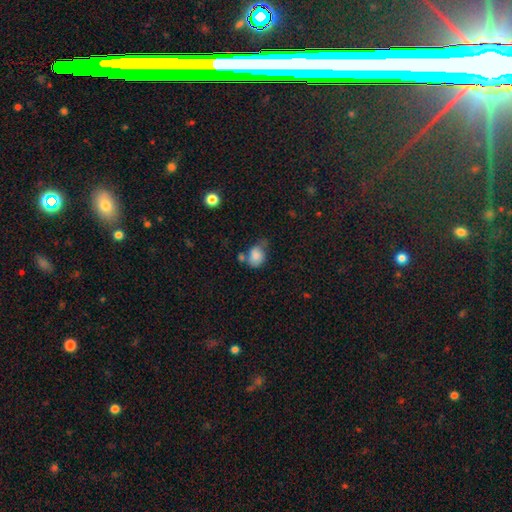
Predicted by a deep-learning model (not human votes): Smooth or featured?
  - smooth: 79% *
  - featured or disk: 12%
  - star or artifact: 9%
How rounded?
  - in between: 58% *
  - round: 41%
  - cigar-shaped: 1%
Merging?
  - none: 33% *
  - minor disturbance: 31%
  - merger: 19%
  - major disturbance: 16%